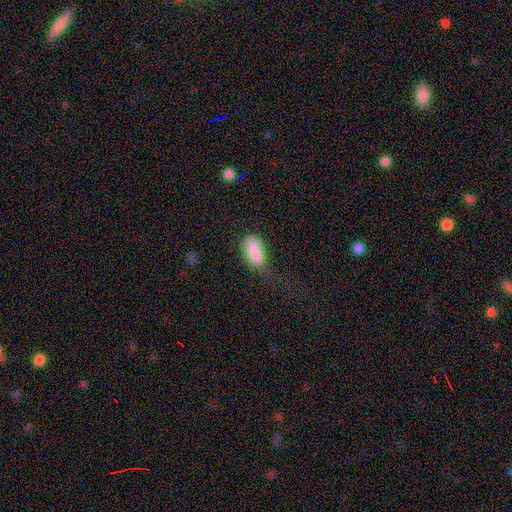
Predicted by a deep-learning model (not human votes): smooth-or-featured: smooth: 80% | featured or disk: 11% | star or artifact: 9%
  how-rounded: in between: 89% | cigar-shaped: 6% | round: 5%
  merging: minor disturbance: 32% (tied) | none: 32% (tied) | major disturbance: 24% | merger: 12%